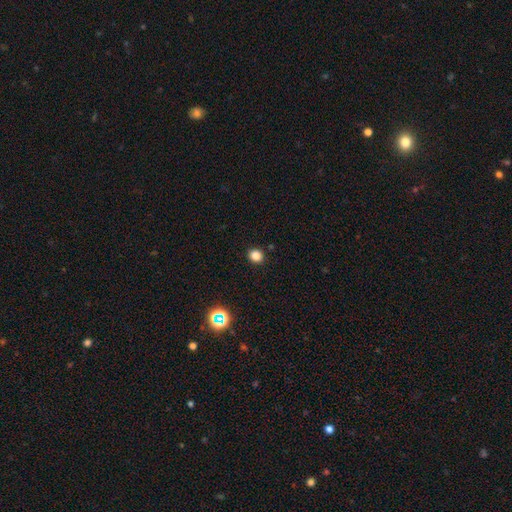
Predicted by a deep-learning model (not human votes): Smooth or featured? Predicted: smooth (p=0.82). How rounded? Predicted: round (p=0.80). Merging? Predicted: none (p=0.90).